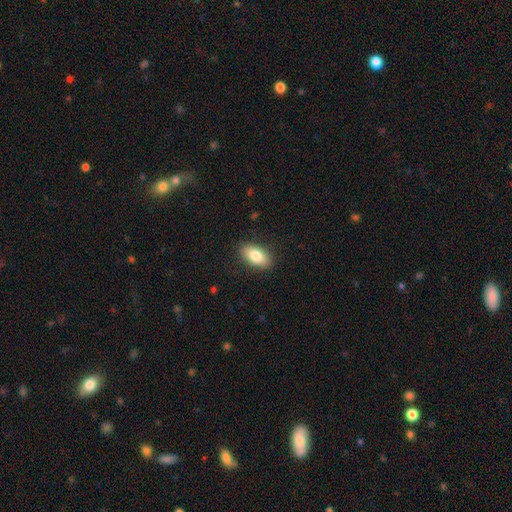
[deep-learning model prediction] This appears to be a smooth galaxy with no disk features (82%) that is in between round and cigar-shaped (91%). Merging: none (88%).